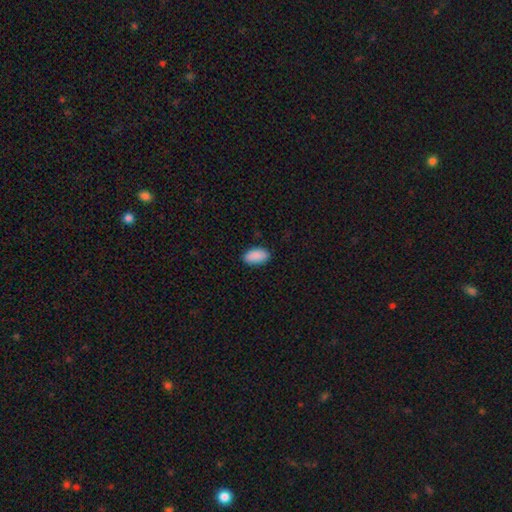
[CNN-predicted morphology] smooth-or-featured: smooth: 90% | star or artifact: 7% | featured or disk: 3%
  how-rounded: in between: 94% | round: 3% | cigar-shaped: 2%
  merging: none: 86% | minor disturbance: 11% | major disturbance: 2% | merger: 1%